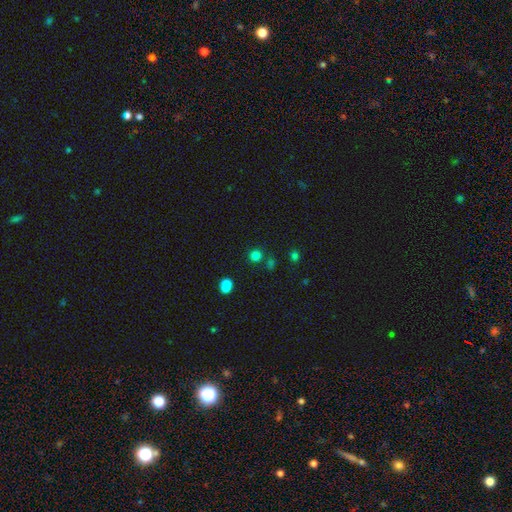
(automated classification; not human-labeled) Smooth or featured: smooth — 77% (star or artifact — 18%)
How rounded: round — 91% (in between — 8%)
Merging: none — 77% (merger — 12%)